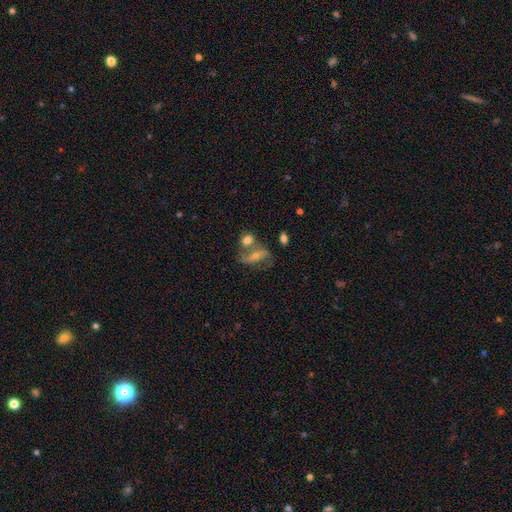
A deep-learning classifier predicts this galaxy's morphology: Smooth or featured?
  - featured or disk: 65% *
  - smooth: 23%
  - star or artifact: 12%
Edge-on disk?
  - no: 90% *
  - yes: 10%
Bar?
  - no: 36% *
  - strong: 32%
  - weak: 32%
Spiral arms?
  - yes: 79% *
  - no: 21%
Bulge size?
  - moderate: 50% *
  - small: 43%
  - large: 3%
  - none: 3%
  - dominant: 1%
Merging?
  - none: 49% *
  - merger: 28%
  - minor disturbance: 14%
  - major disturbance: 9%